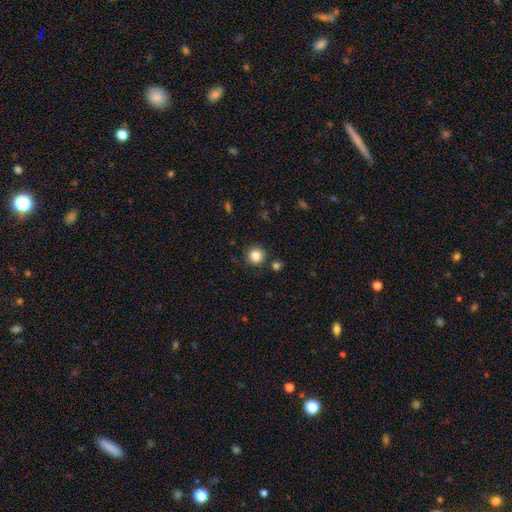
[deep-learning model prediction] A smooth galaxy with no disk features (85%) that is round (91%).

Vote fractions:
- Smooth or featured? smooth: 85% / star or artifact: 10% / featured or disk: 5%
- How rounded? round: 91% / in between: 8% / cigar-shaped: 1%
- Merging? none: 86% / minor disturbance: 8% / merger: 4% / major disturbance: 3%